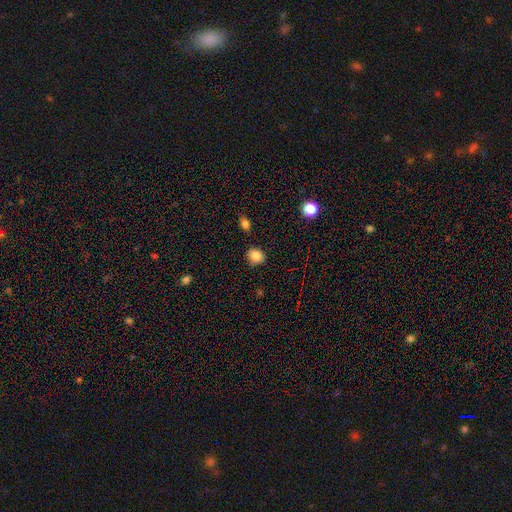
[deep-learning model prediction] A smooth galaxy with no disk features (86%) that is round (69%). Merging: none (83%).